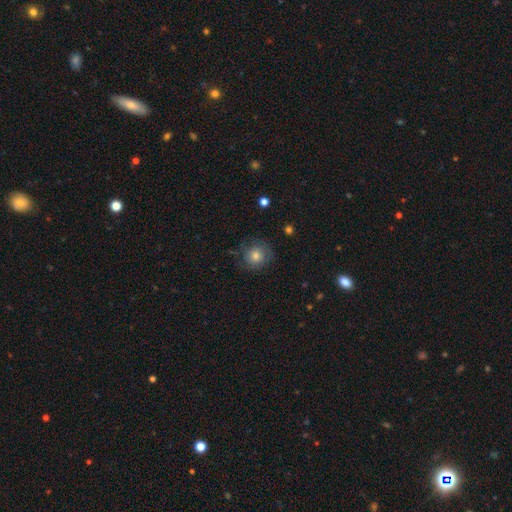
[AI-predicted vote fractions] Smooth or featured: smooth — 66% (featured or disk — 23%)
How rounded: round — 88% (in between — 11%)
Merging: none — 76% (minor disturbance — 16%)